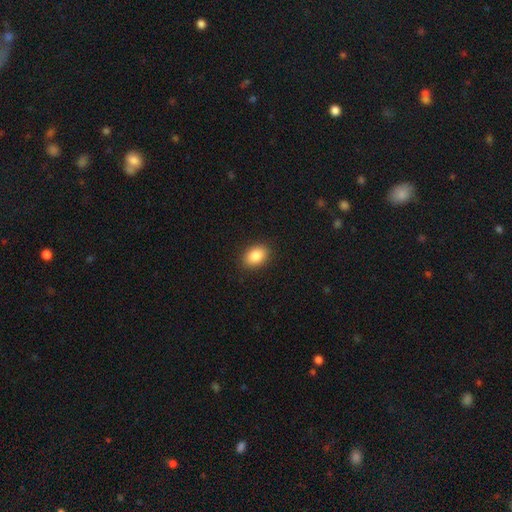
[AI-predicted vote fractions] Smooth or featured? smooth (87%)
How rounded? in between (80%)
Merging? none (89%)